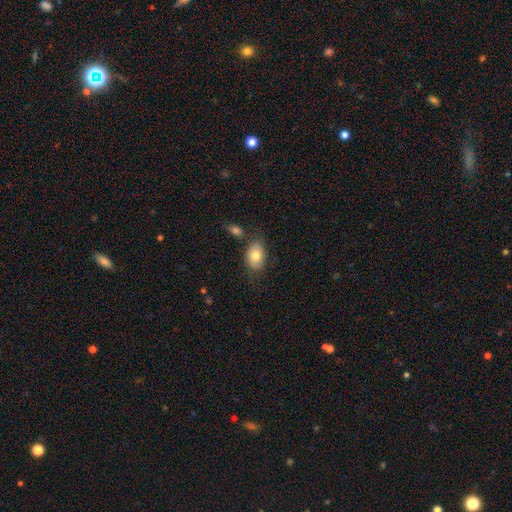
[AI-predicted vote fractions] Smooth or featured?
  - smooth: 78% *
  - featured or disk: 15%
  - star or artifact: 7%
How rounded?
  - in between: 82% *
  - round: 16%
  - cigar-shaped: 1%
Merging?
  - none: 68% *
  - minor disturbance: 17%
  - merger: 10%
  - major disturbance: 5%